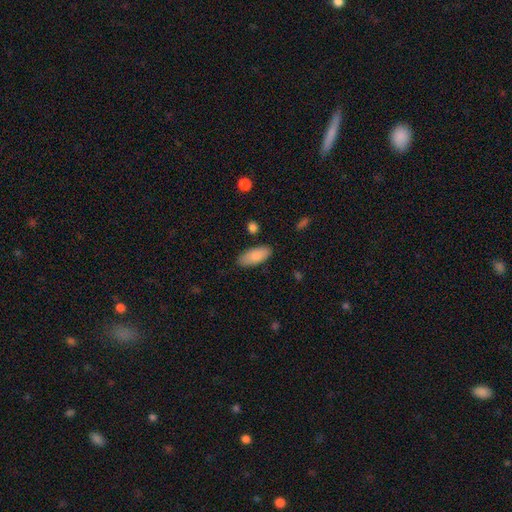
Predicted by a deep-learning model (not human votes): Q: Smooth or featured?
A: smooth (85%); runner-up: featured or disk (9%)
Q: How rounded?
A: in between (86%); runner-up: cigar-shaped (12%)
Q: Merging?
A: none (84%); runner-up: minor disturbance (12%)